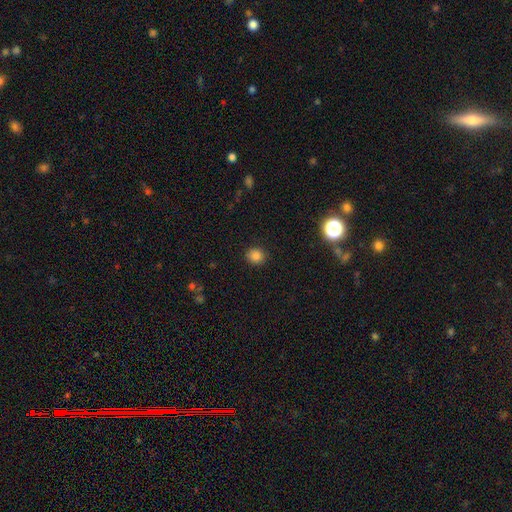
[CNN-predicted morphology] This appears to be a smooth galaxy with no disk features (83%) that is round (81%). Merging: none (90%).